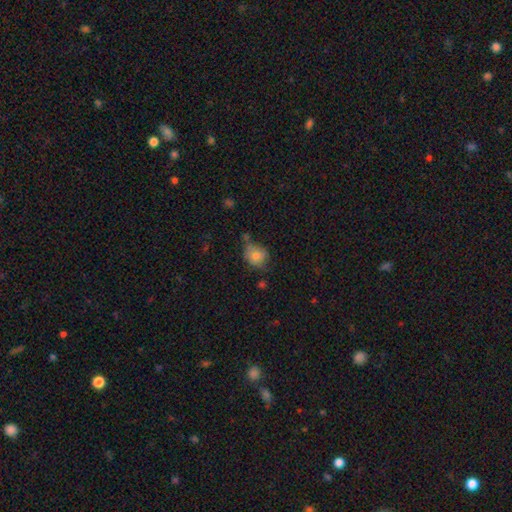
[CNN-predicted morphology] smooth_or_featured: smooth (p=0.78) [alt: featured or disk p=0.13]
how_rounded: round (p=0.65) [alt: in between p=0.34]
merging: none (p=0.56) [alt: minor disturbance p=0.28]